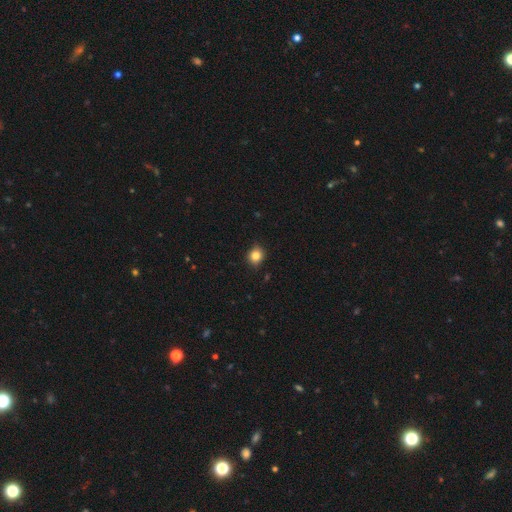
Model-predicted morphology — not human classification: Smooth or featured?
  - smooth: 83% *
  - star or artifact: 11%
  - featured or disk: 6%
How rounded?
  - round: 78% *
  - in between: 22%
  - cigar-shaped: 1%
Merging?
  - none: 88% *
  - minor disturbance: 10%
  - major disturbance: 2%
  - merger: 1%